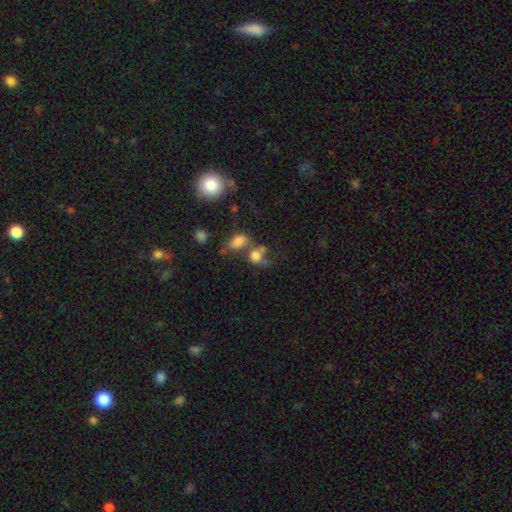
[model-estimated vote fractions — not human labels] smooth 73%, star or artifact 15%, featured or disk 13%. Down the decision tree: how rounded — round (61%); merging — merger (39%).